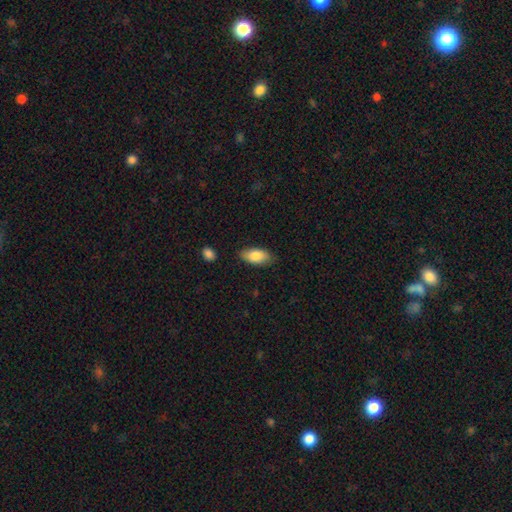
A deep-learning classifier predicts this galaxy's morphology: Q: Smooth or featured?
A: smooth (85%); runner-up: featured or disk (9%)
Q: How rounded?
A: in between (92%); runner-up: cigar-shaped (5%)
Q: Merging?
A: none (83%); runner-up: minor disturbance (13%)